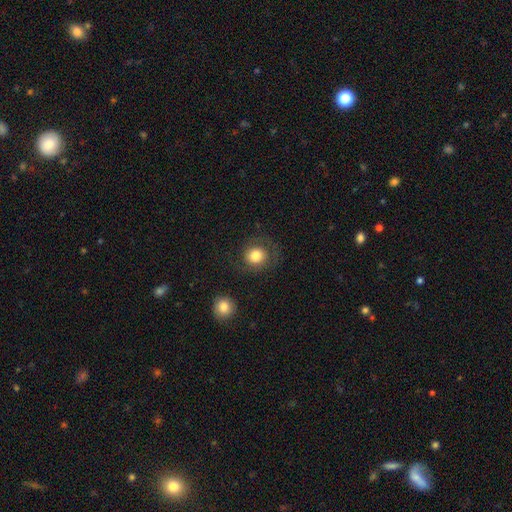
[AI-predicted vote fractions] Smooth or featured: smooth — 73% (featured or disk — 18%)
How rounded: round — 83% (in between — 16%)
Merging: none — 68% (minor disturbance — 16%)